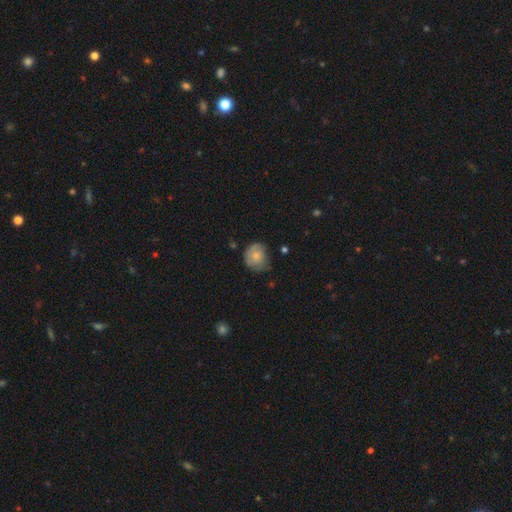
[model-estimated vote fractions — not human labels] Smooth or featured? Predicted: smooth (p=0.69). How rounded? Predicted: round (p=0.75). Merging? Predicted: none (p=0.53).